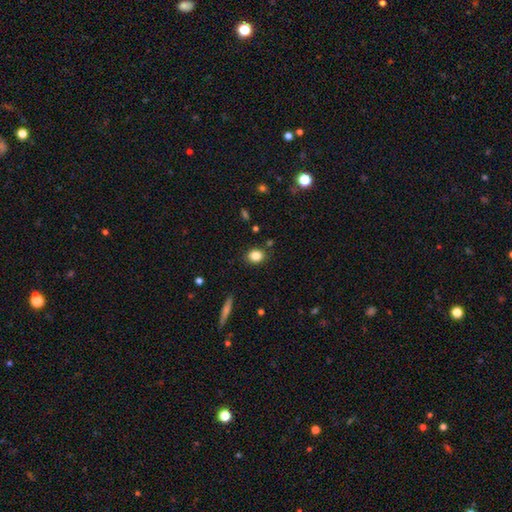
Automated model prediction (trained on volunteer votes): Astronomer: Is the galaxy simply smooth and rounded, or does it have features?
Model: smooth — 84%.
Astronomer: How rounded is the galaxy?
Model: round — 54% (runner-up: in between, 44%).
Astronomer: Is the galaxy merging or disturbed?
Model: none — 86%.